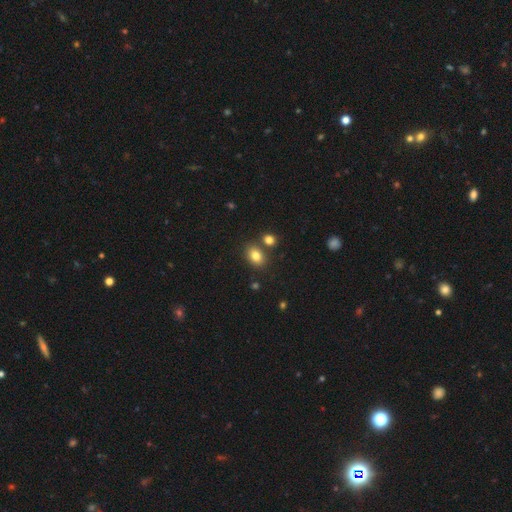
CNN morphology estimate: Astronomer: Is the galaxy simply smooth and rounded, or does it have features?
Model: smooth — 81%.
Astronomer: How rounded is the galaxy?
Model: in between — 66%.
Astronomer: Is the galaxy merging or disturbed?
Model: none — 73%.